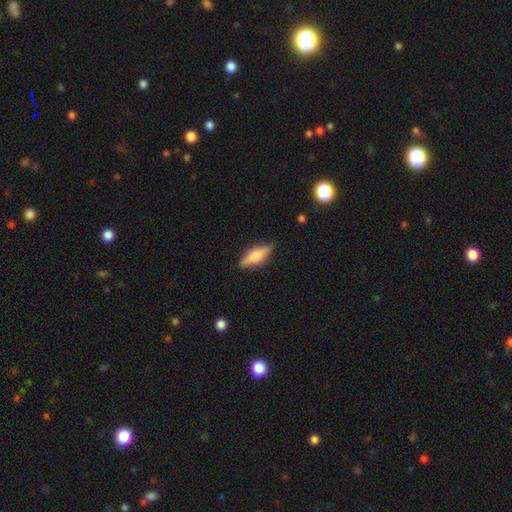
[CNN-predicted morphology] smooth 58%, featured or disk 36%, star or artifact 7%. Down the decision tree: how rounded — in between (56%); merging — none (83%).